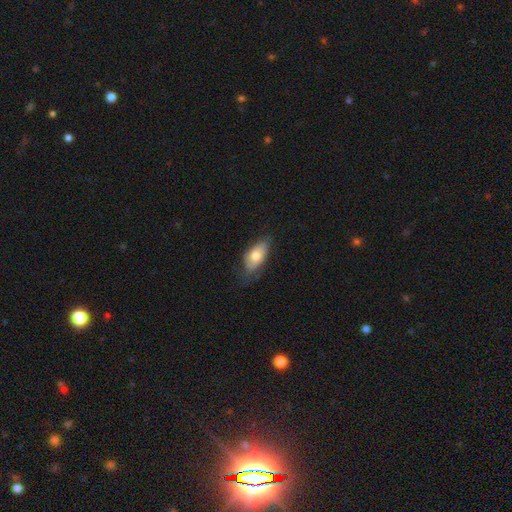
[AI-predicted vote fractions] Smooth or featured?
  - smooth: 71% *
  - featured or disk: 22%
  - star or artifact: 6%
How rounded?
  - in between: 90% *
  - cigar-shaped: 6%
  - round: 4%
Merging?
  - none: 62% *
  - minor disturbance: 29%
  - major disturbance: 8%
  - merger: 1%